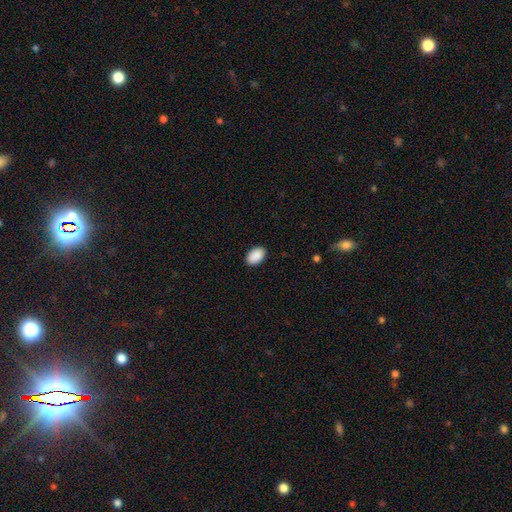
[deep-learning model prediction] Smooth or featured: smooth — 91% (star or artifact — 7%)
How rounded: in between — 91% (round — 8%)
Merging: none — 89% (minor disturbance — 8%)